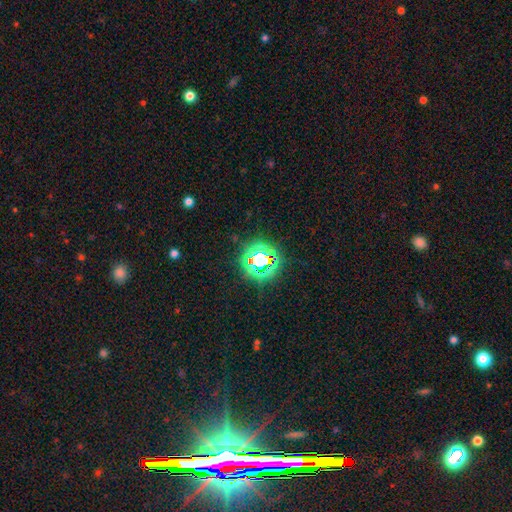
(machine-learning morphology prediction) A star or artifact, not a galaxy (76%).

Vote fractions:
- Smooth or featured? star or artifact: 76% / smooth: 15% / featured or disk: 9%